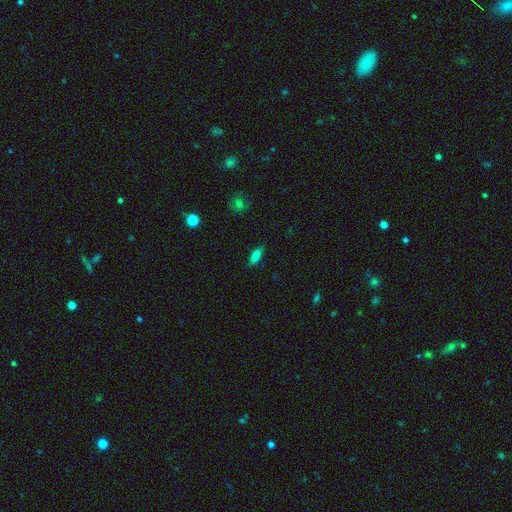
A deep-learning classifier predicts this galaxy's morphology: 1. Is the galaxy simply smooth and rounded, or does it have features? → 78% smooth, 13% featured or disk, 10% star or artifact.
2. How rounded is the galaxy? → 68% in between, 29% cigar-shaped, 3% round.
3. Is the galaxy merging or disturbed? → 82% none, 14% minor disturbance, 3% major disturbance, 1% merger.